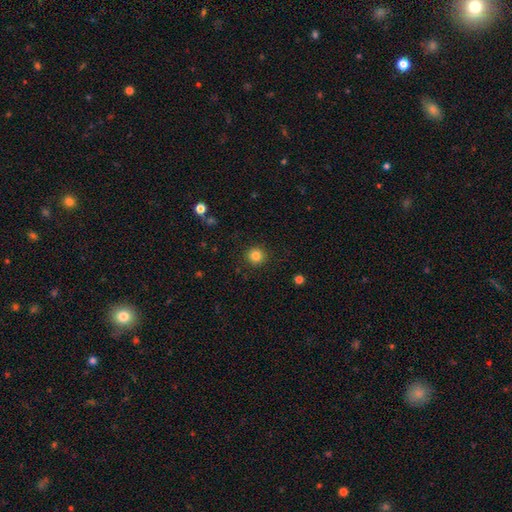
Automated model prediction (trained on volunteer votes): A smooth galaxy with no disk features (83%) that is round (94%).

Vote fractions:
- Smooth or featured? smooth: 83% / star or artifact: 12% / featured or disk: 5%
- How rounded? round: 94% / in between: 5% / cigar-shaped: 1%
- Merging? none: 91% / minor disturbance: 6% / major disturbance: 2% / merger: 1%